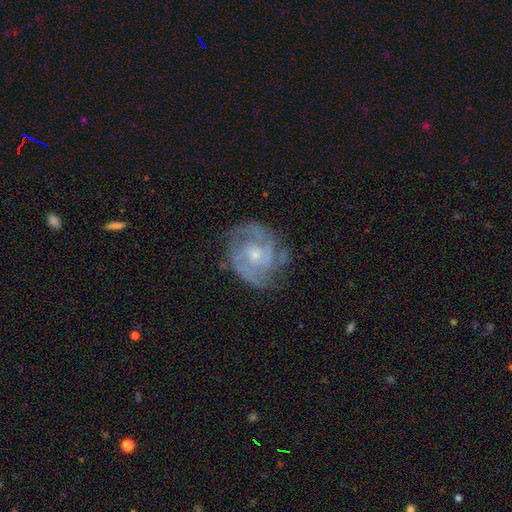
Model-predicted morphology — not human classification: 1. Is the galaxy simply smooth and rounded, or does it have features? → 85% featured or disk, 9% smooth, 6% star or artifact.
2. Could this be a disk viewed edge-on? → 98% no, 2% yes.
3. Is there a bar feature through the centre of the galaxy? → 67% no, 28% weak, 5% strong.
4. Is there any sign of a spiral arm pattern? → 94% yes, 6% no.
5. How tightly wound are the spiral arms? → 52% tight, 40% medium, 9% loose.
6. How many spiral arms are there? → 43% 2, 23% 3, 20% can't tell, 6% 4, 4% 1, 4% more than 4.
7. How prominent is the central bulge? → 62% small, 33% moderate, 2% none, 1% large, 1% dominant.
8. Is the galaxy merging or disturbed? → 68% none, 21% minor disturbance, 9% major disturbance, 2% merger.